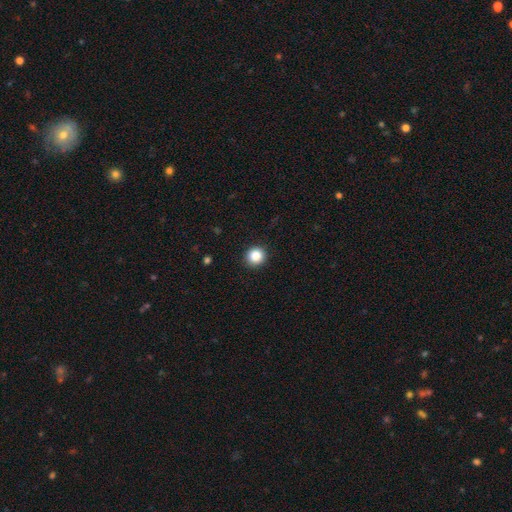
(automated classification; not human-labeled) Morphology: type=smooth (87%); roundness=round (93%); merging=none (91%).